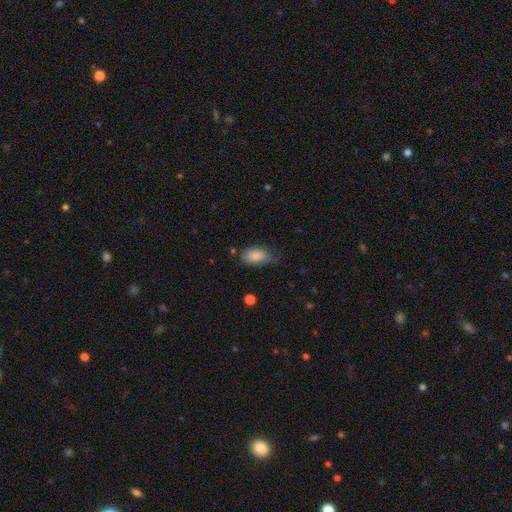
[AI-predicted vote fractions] Morphology: type=smooth (85%); roundness=in between (92%); merging=none (61%).